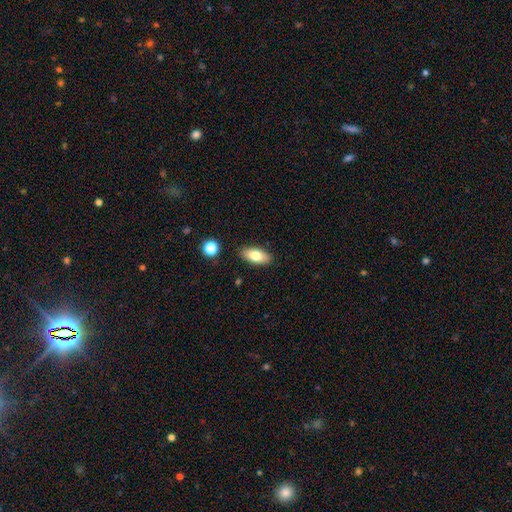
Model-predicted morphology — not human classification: smooth-or-featured: smooth: 77% | featured or disk: 16% | star or artifact: 7%
  how-rounded: in between: 86% | cigar-shaped: 10% | round: 3%
  merging: none: 88% | minor disturbance: 9% | major disturbance: 2% | merger: 2%